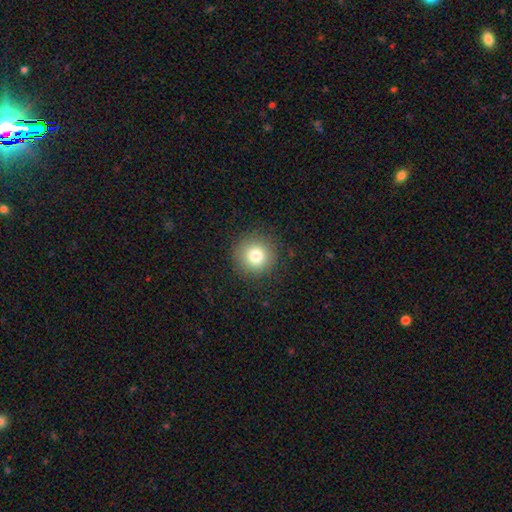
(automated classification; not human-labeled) Smooth or featured: smooth — 80% (star or artifact — 11%)
How rounded: round — 95% (in between — 4%)
Merging: none — 90% (minor disturbance — 7%)